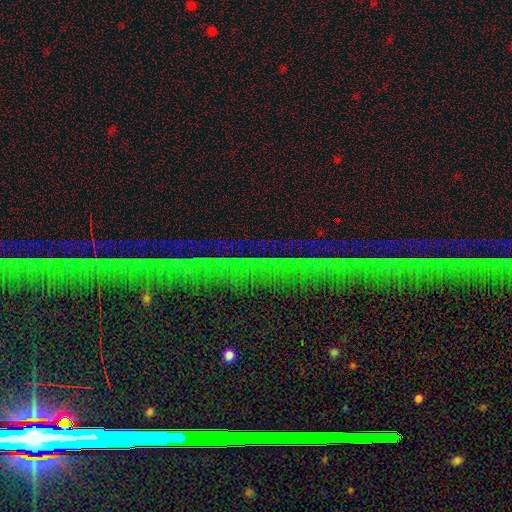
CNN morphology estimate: Smooth or featured? star or artifact (81%)